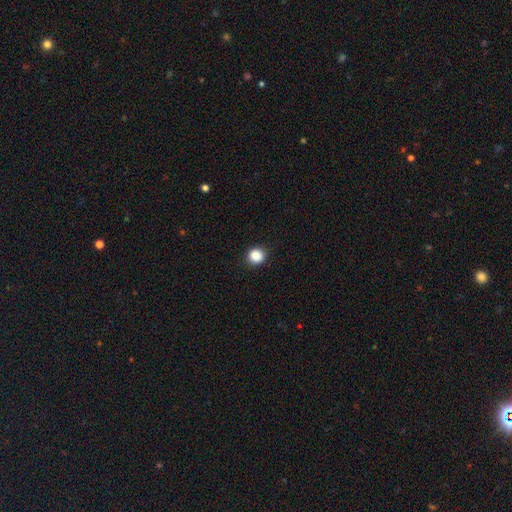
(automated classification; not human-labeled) Smooth or featured? Predicted: smooth (p=0.87). How rounded? Predicted: round (p=0.87). Merging? Predicted: none (p=0.90).